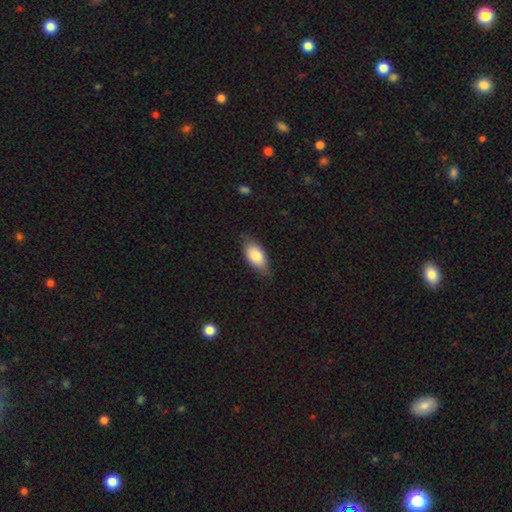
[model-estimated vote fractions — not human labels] Q: Smooth or featured?
A: smooth (81%); runner-up: featured or disk (12%)
Q: How rounded?
A: in between (89%); runner-up: cigar-shaped (8%)
Q: Merging?
A: none (72%); runner-up: minor disturbance (23%)